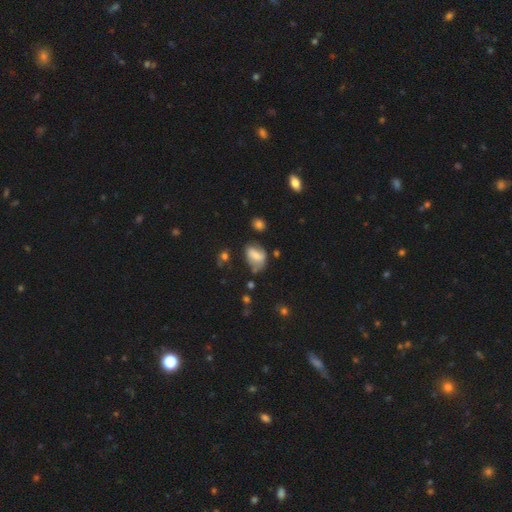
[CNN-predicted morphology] A smooth galaxy with no disk features (60%) that is in between round and cigar-shaped (77%).

Vote fractions:
- Smooth or featured? smooth: 60% / featured or disk: 29% / star or artifact: 11%
- How rounded? in between: 77% / round: 22% / cigar-shaped: 2%
- Merging? none: 41% / minor disturbance: 35% / major disturbance: 18% / merger: 6%